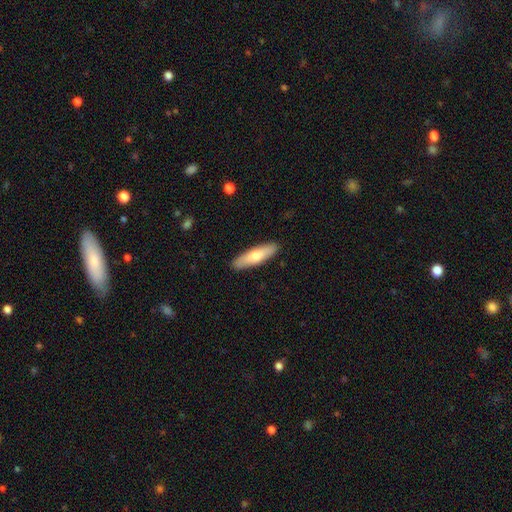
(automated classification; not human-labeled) Smooth or featured: smooth — 66% (featured or disk — 29%)
How rounded: cigar-shaped — 66% (in between — 32%)
Merging: none — 90% (minor disturbance — 7%)